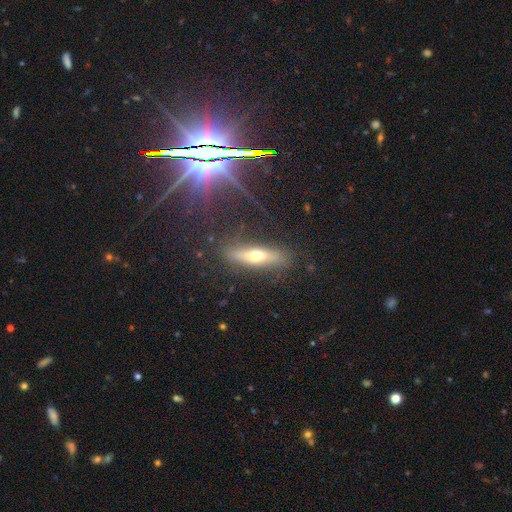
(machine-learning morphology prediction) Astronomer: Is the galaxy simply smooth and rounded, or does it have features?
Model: smooth — 45% (runner-up: featured or disk, 44%).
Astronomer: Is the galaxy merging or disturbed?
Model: none — 80%.